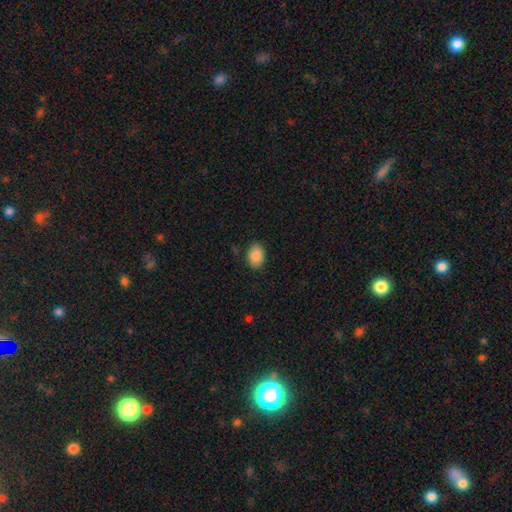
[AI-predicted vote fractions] Morphology: type=smooth (88%); roundness=in between (81%); merging=none (86%).